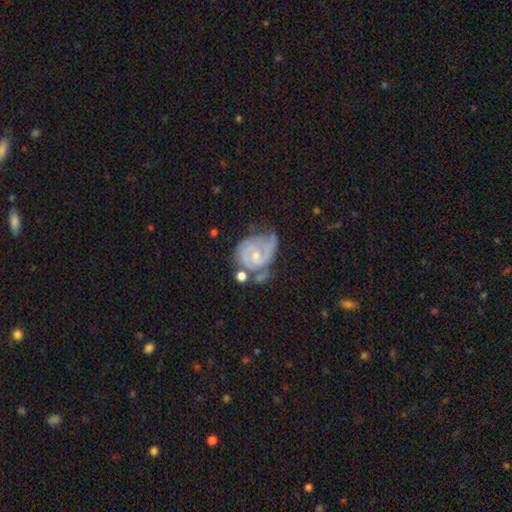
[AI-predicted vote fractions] Overall: featured or disk (76%). Edge-on disk: no (98%). Bar: no (65%; weak 30%). Spiral arms: yes (84%). Spiral arm count: 2 (48%; can't tell 26%). Spiral winding: tight (51%; medium 35%). Bulge size: small (56%; moderate 38%). Merging: none (29%; minor disturbance 28%).